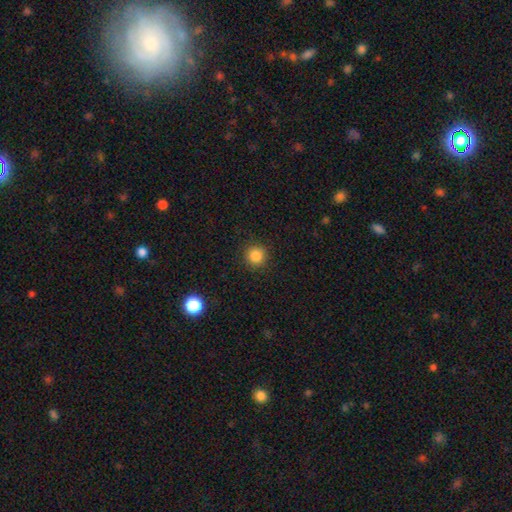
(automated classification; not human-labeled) Smooth or featured?
  - smooth: 85% *
  - star or artifact: 11%
  - featured or disk: 4%
How rounded?
  - round: 94% *
  - in between: 5%
  - cigar-shaped: 1%
Merging?
  - none: 91% *
  - minor disturbance: 6%
  - major disturbance: 2%
  - merger: 1%